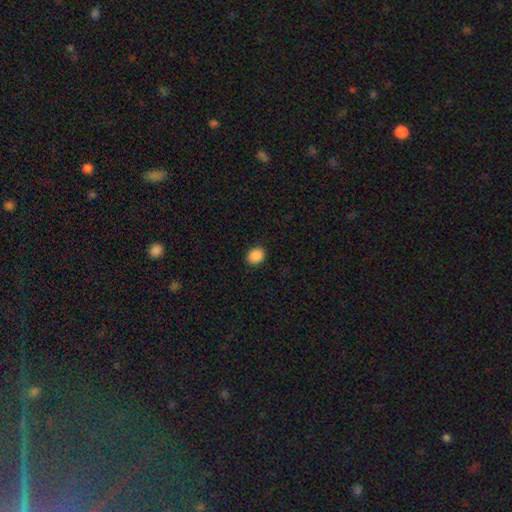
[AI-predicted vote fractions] Smooth or featured? Predicted: smooth (p=0.89). How rounded? Predicted: round (p=0.59). Merging? Predicted: none (p=0.90).